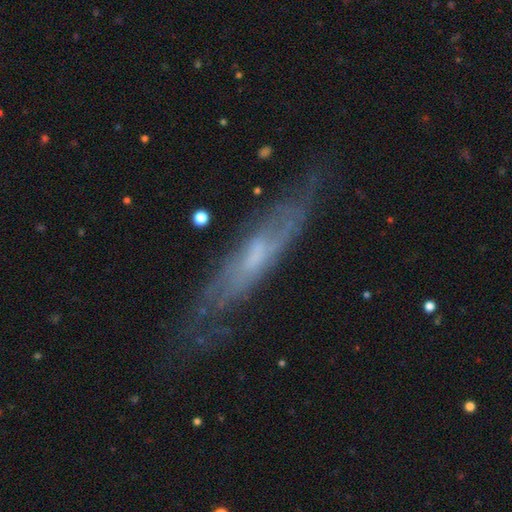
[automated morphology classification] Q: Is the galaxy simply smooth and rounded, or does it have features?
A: featured or disk — 71%.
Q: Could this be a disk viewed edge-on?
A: yes — 52%.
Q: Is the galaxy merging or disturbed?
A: none — 73%.